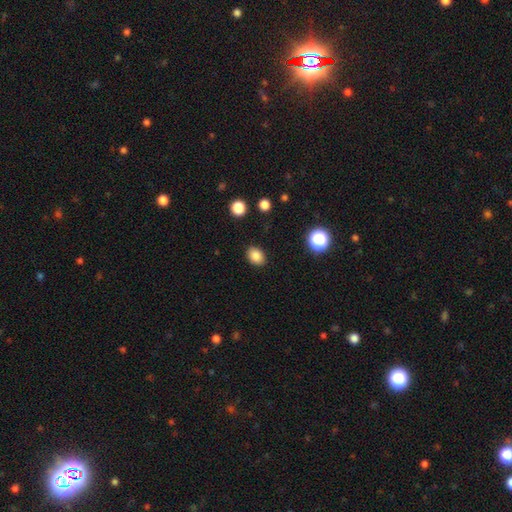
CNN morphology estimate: smooth-or-featured: smooth: 85% | star or artifact: 10% | featured or disk: 5%
  how-rounded: in between: 69% | round: 30% | cigar-shaped: 1%
  merging: none: 88% | minor disturbance: 9% | major disturbance: 3% | merger: 1%